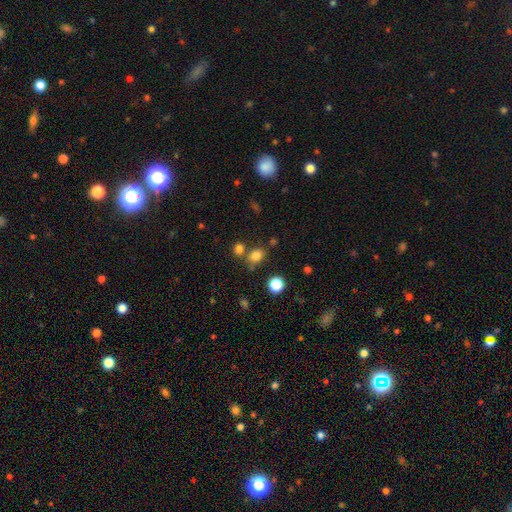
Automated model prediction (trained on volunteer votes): Morphology: type=smooth (79%); roundness=in between (53%); merging=none (68%).